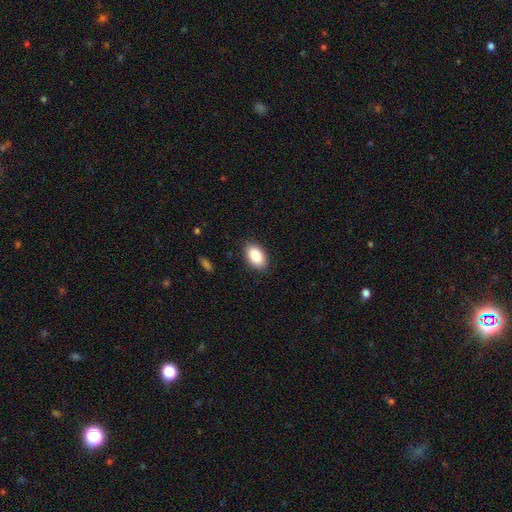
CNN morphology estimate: Q: Smooth or featured?
A: smooth (87%); runner-up: star or artifact (7%)
Q: How rounded?
A: in between (93%); runner-up: round (6%)
Q: Merging?
A: none (89%); runner-up: minor disturbance (8%)